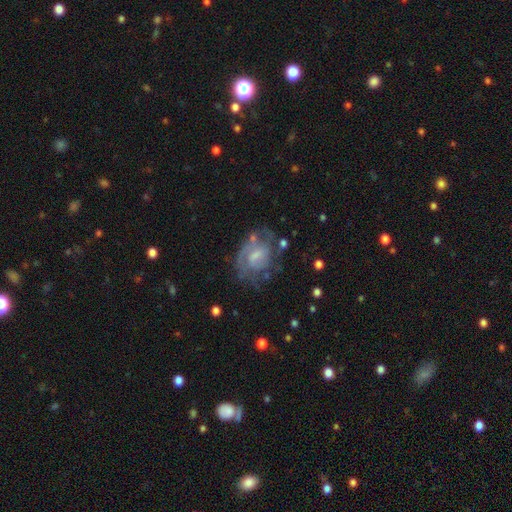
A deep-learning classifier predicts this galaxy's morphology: featured or disk 71%, smooth 21%, star or artifact 8%. Down the decision tree: edge-on disk — no (97%); bar — weak (51%); spiral arms — yes (78%); spiral arm count — can't tell (39%); spiral winding — tight (45%); bulge size — small (42%); merging — none (53%).